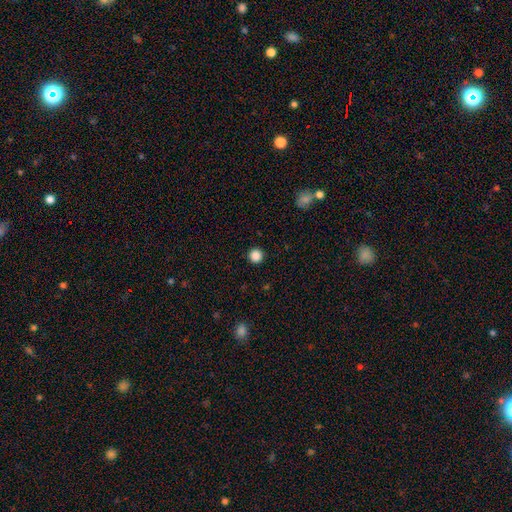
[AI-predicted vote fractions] Smooth or featured: smooth — 87% (star or artifact — 11%)
How rounded: round — 96% (in between — 3%)
Merging: none — 93% (minor disturbance — 4%)